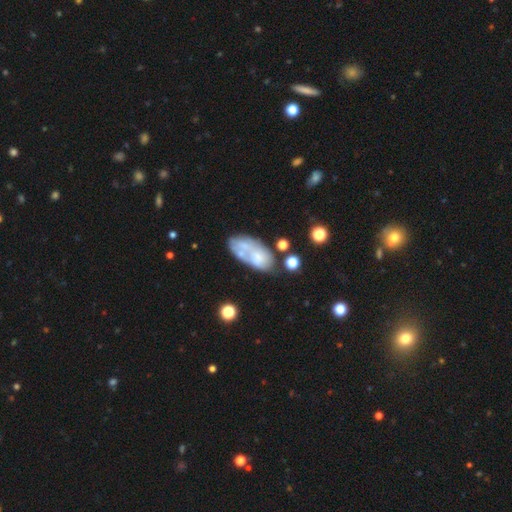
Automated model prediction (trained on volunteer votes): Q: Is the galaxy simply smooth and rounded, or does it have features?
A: smooth — 46%.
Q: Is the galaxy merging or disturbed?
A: none — 38%.